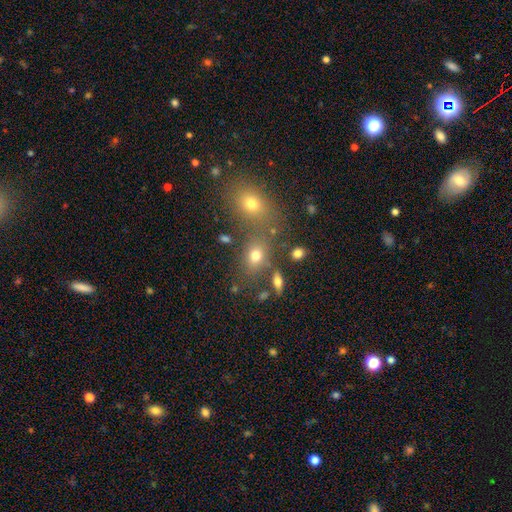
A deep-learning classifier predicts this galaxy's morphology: A smooth galaxy with no disk features (70%) that is in between round and cigar-shaped (65%). Merging: none (61%).